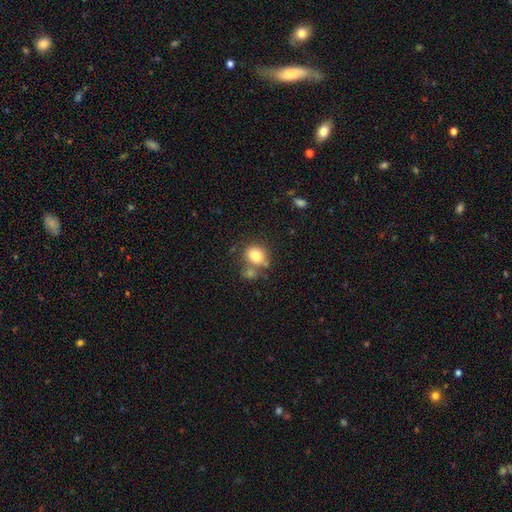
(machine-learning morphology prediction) A smooth galaxy with no disk features (79%) that is round (64%). Merging: none (59%).